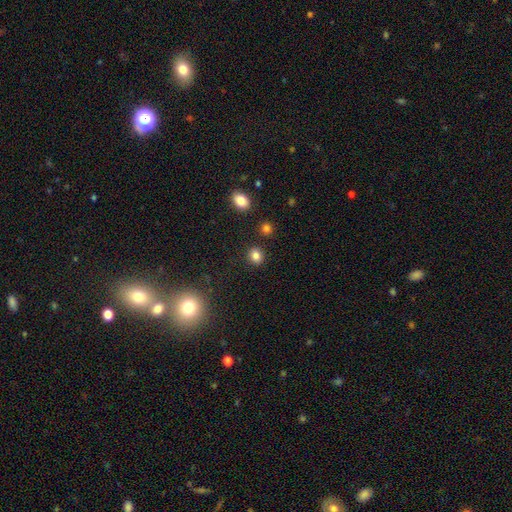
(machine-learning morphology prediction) Smooth or featured? Predicted: smooth (p=0.84). How rounded? Predicted: round (p=0.67). Merging? Predicted: none (p=0.88).